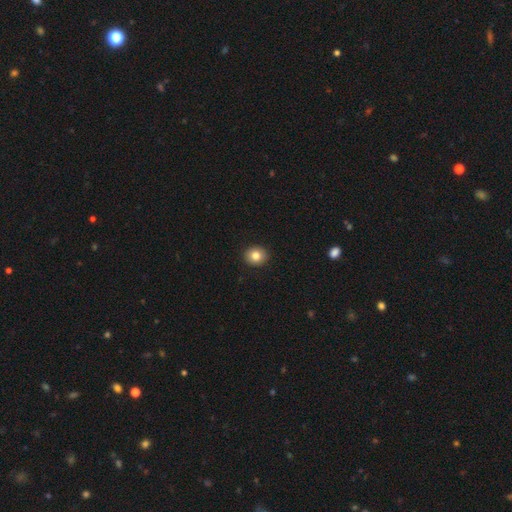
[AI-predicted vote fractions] Overall: smooth (83%). How rounded: round (76%). Merging: none (92%).